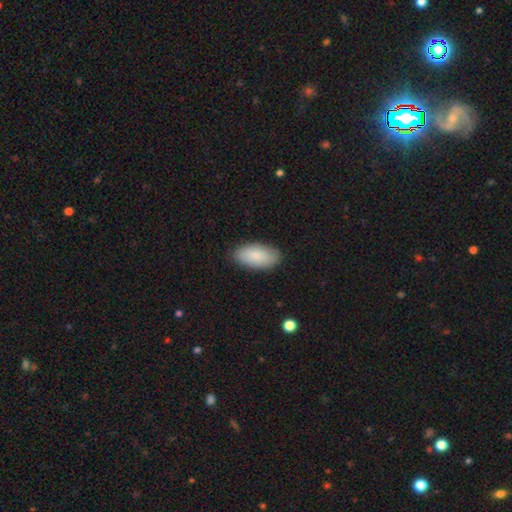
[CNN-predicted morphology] type=smooth (87%); roundness=in between (94%); merging=none (87%).